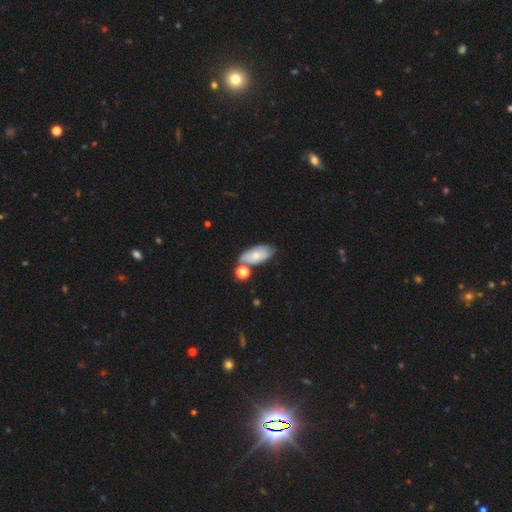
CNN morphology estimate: A smooth galaxy with no disk features (67%) that is in between round and cigar-shaped (90%). Merging: none (57%).